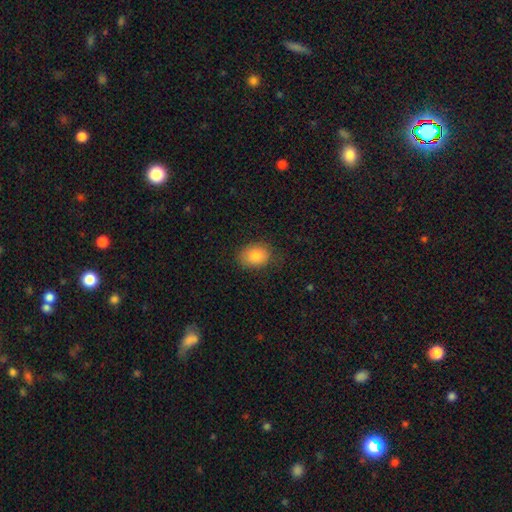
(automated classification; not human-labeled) Overall: smooth (84%). How rounded: in between (67%; round 32%). Merging: none (78%).